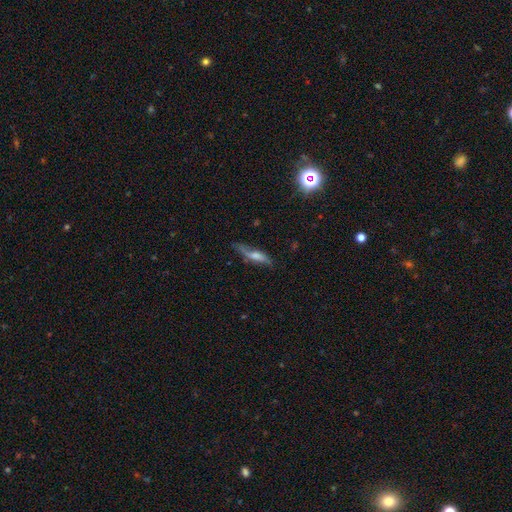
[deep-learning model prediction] A smooth galaxy with no disk features (48%). Merging: none (58%).